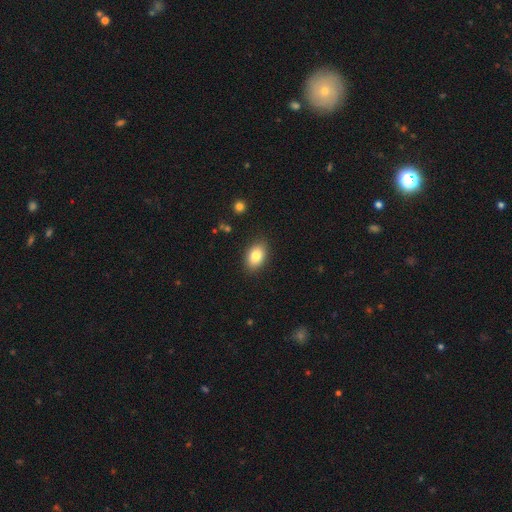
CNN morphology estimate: This appears to be a smooth galaxy with no disk features (83%) that is in between round and cigar-shaped (85%). Merging: none (87%).